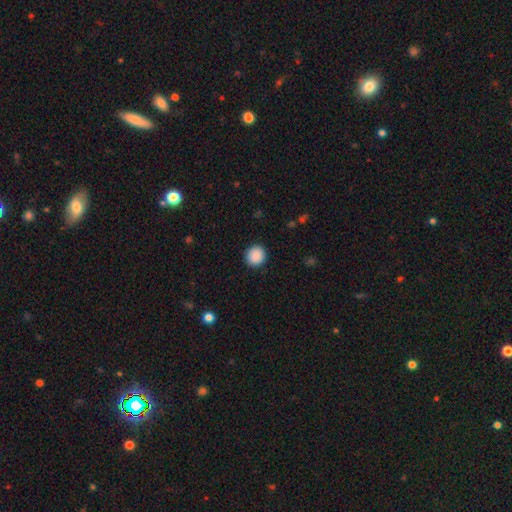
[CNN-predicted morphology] This appears to be a smooth galaxy with no disk features (90%) that is round (91%). Merging: none (92%).